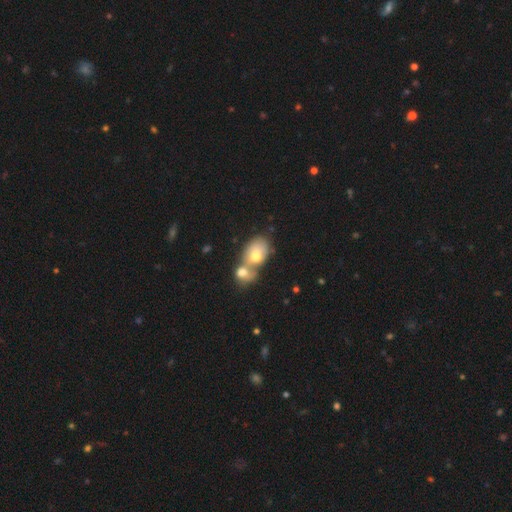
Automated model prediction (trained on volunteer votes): smooth-or-featured: smooth: 62% | featured or disk: 25% | star or artifact: 12%
  how-rounded: in between: 59% | round: 40% | cigar-shaped: 2%
  merging: merger: 65% | none: 25% | minor disturbance: 7% | major disturbance: 3%